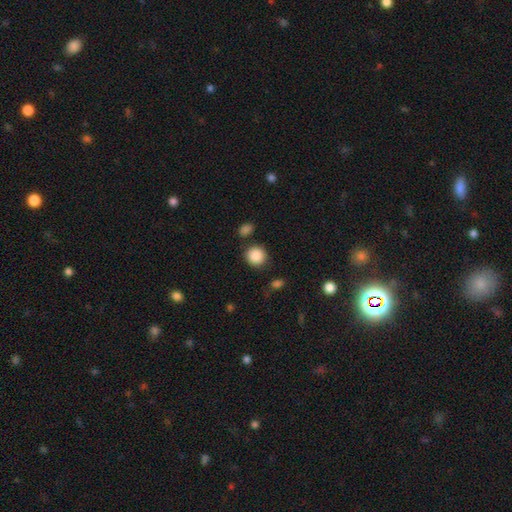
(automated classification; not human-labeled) Smooth or featured: smooth — 88% (star or artifact — 8%)
How rounded: round — 91% (in between — 8%)
Merging: none — 83% (minor disturbance — 8%)